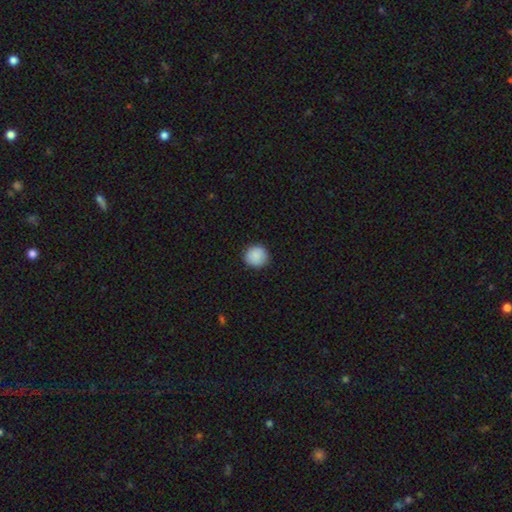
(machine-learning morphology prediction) A smooth galaxy with no disk features (89%) that is round (94%). Merging: none (91%).